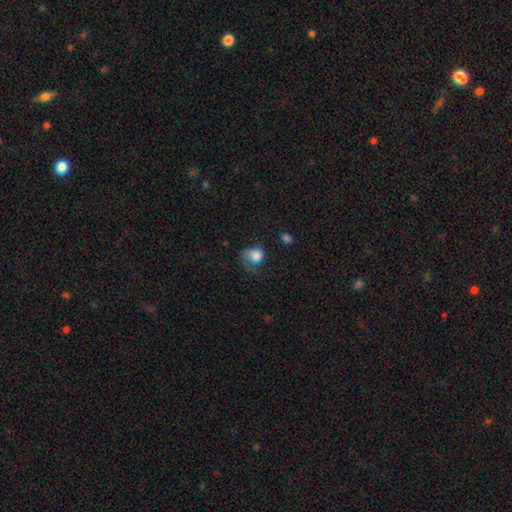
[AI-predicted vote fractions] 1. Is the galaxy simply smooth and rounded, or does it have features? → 76% smooth, 15% featured or disk, 9% star or artifact.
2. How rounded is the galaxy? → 59% round, 40% in between, 1% cigar-shaped.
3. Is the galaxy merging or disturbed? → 43% major disturbance, 27% minor disturbance, 27% none, 3% merger.